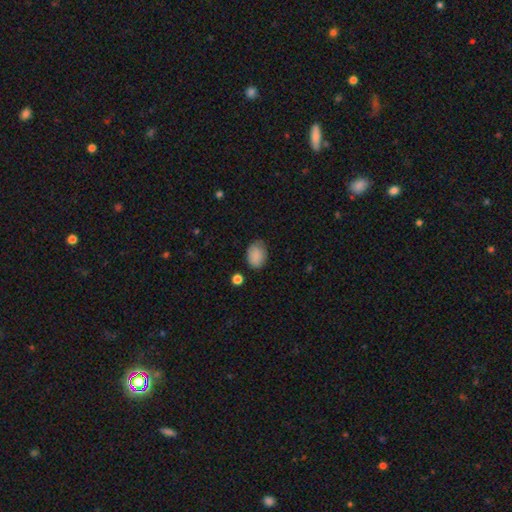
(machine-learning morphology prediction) Q: Smooth or featured?
A: smooth (88%); runner-up: star or artifact (8%)
Q: How rounded?
A: in between (76%); runner-up: round (23%)
Q: Merging?
A: none (75%); runner-up: minor disturbance (19%)